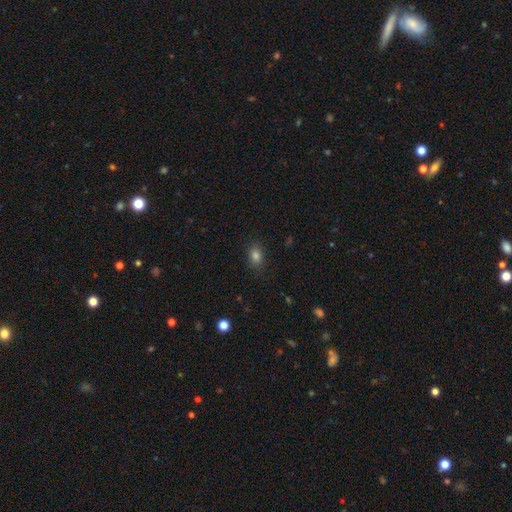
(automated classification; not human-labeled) smooth_or_featured: smooth (p=0.81) [alt: star or artifact p=0.13]
how_rounded: in between (p=0.72) [alt: round p=0.27]
merging: none (p=0.84) [alt: minor disturbance p=0.12]